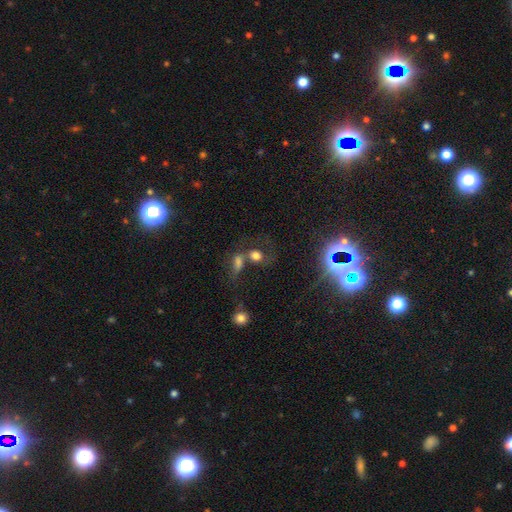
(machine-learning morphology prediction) This is likely a smooth galaxy (63%). How rounded: possibly in between (50%). Merging: possibly merger (45%).